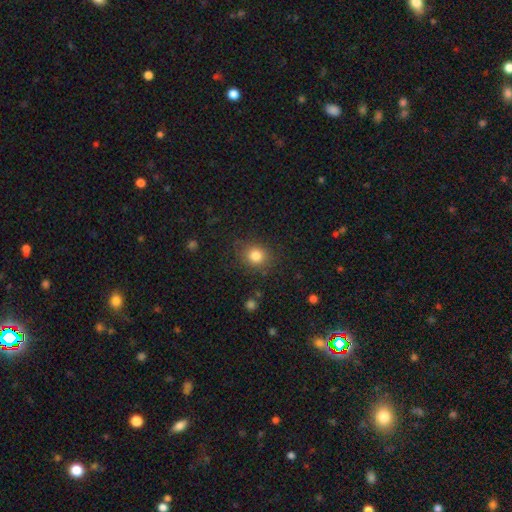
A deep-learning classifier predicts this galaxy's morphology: This appears to be a smooth galaxy with no disk features (82%) that is round (76%). Merging: none (85%).